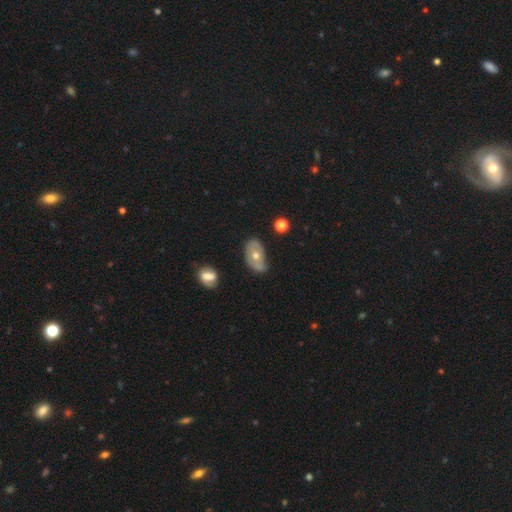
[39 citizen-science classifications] A featured or disk galaxy (56%) with no bar (75%), 2 (42%) tight (42%) spiral arms (60%) and a moderate central bulge (60%).

Vote fractions:
- Smooth or featured? featured or disk: 56% / smooth: 36% / star or artifact: 8%
- Edge-on disk? no: 91% / yes: 9%
- Bar? no: 75% / weak: 20% / strong: 5%
- Spiral arms? yes: 60% / no: 40%
- Spiral winding? tight: 42% / loose: 33% / medium: 25%
- Spiral arm count? 2: 42% / 1: 25% / can't tell: 17% / 3: 8% / more than 4: 8% / 4: 0%
- Bulge size? moderate: 60% / small: 30% / large: 10% / dominant: 0% / none: 0%
- Merging? minor disturbance: 39% / none: 28% / major disturbance: 25% / merger: 8%